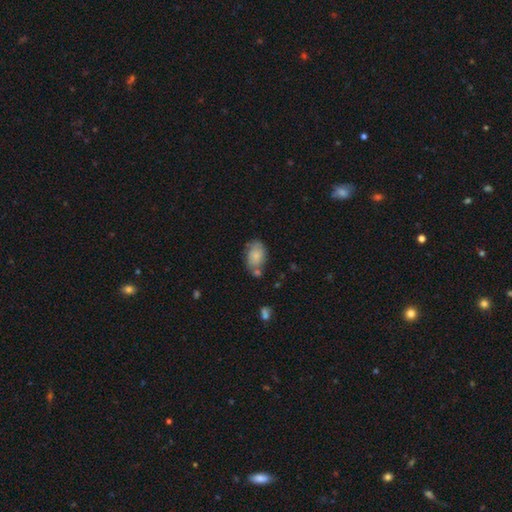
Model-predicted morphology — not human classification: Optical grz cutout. It shows a smooth galaxy with no disk features (77%) that is in between round and cigar-shaped (88%). Merging: none (56%).